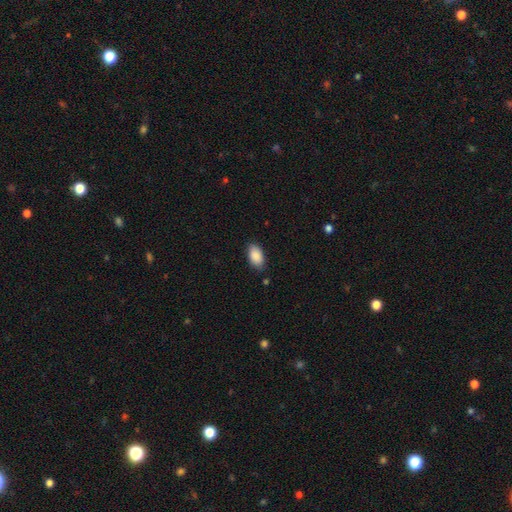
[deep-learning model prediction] Smooth or featured?
  - smooth: 89% *
  - star or artifact: 6%
  - featured or disk: 5%
How rounded?
  - in between: 94% *
  - round: 3%
  - cigar-shaped: 2%
Merging?
  - none: 83% *
  - minor disturbance: 13%
  - major disturbance: 2%
  - merger: 2%